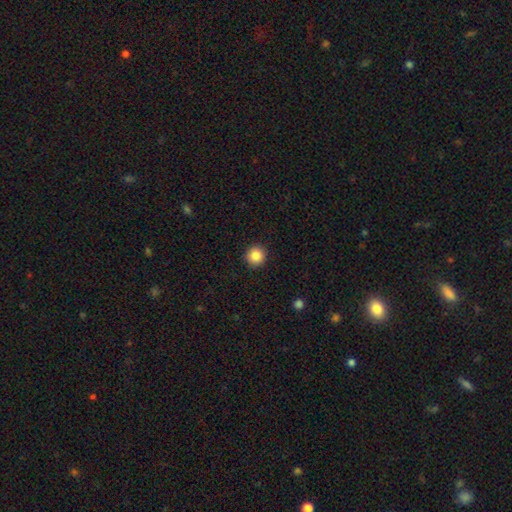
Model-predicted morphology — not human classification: smooth-or-featured: smooth: 87% | star or artifact: 9% | featured or disk: 4%
  how-rounded: round: 94% | in between: 5% | cigar-shaped: 1%
  merging: none: 92% | minor disturbance: 5% | major disturbance: 2% | merger: 1%